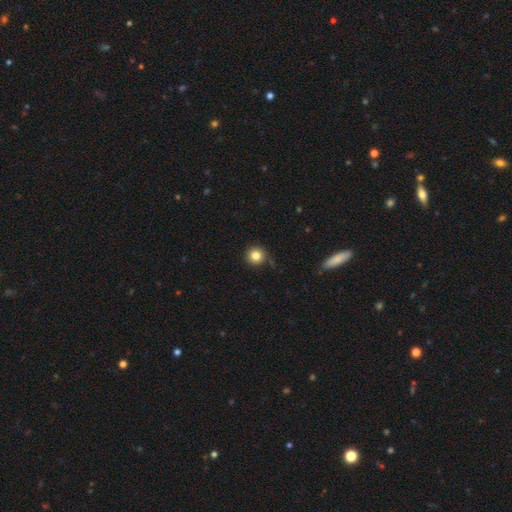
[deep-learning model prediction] This appears to be a smooth galaxy with no disk features (83%) that is round (95%). Merging: none (85%).